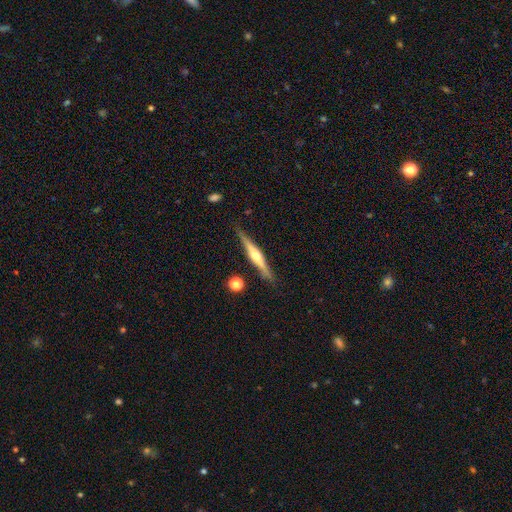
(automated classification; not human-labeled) Smooth or featured? Predicted: featured or disk (p=0.75). Edge-on disk? Predicted: yes (p=0.98). Edge-on bulge? Predicted: rounded (p=0.91). Merging? Predicted: none (p=0.86).